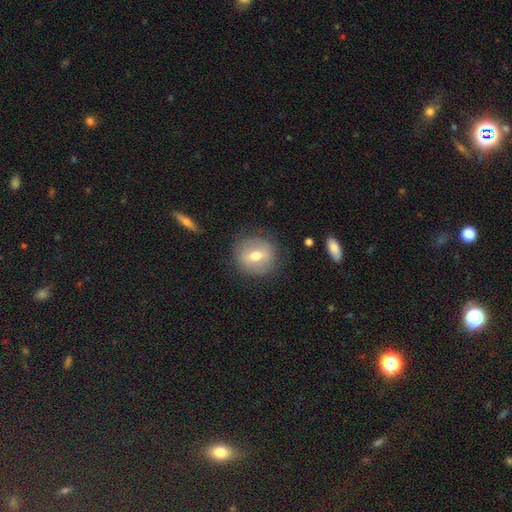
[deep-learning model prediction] smooth 59%, featured or disk 32%, star or artifact 9%. Down the decision tree: how rounded — round (86%); merging — none (84%).